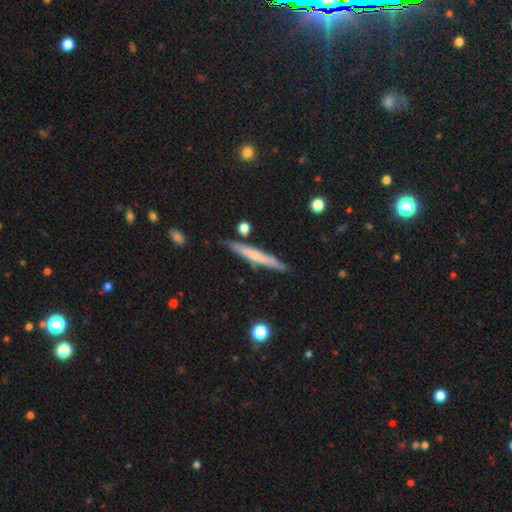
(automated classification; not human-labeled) Smooth or featured? Predicted: smooth (p=0.54). How rounded? Predicted: cigar-shaped (p=0.95). Merging? Predicted: none (p=0.85).